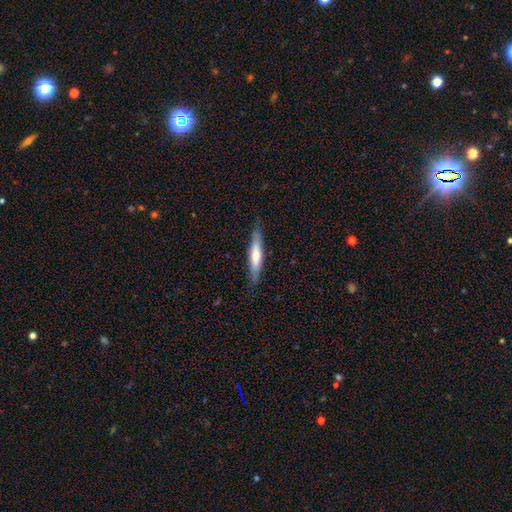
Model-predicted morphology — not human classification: smooth-or-featured: smooth: 53% | featured or disk: 42% | star or artifact: 6%
  how-rounded: cigar-shaped: 85% | in between: 14% | round: 1%
  merging: none: 83% | minor disturbance: 14% | major disturbance: 2% | merger: 1%